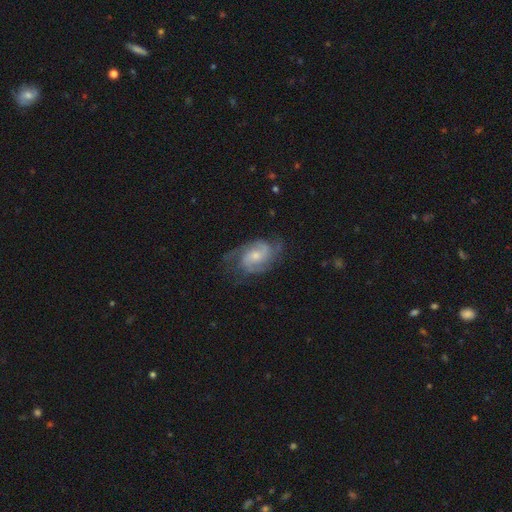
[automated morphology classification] The model was most divided on "bulge size": moderate: 47%, small: 45%, large: 3%, none: 3%, dominant: 1%. Remaining: edge-on disk — no (97%); spiral arms — yes (96%); smooth or featured — featured or disk (84%); merging — none (66%); bar — no (59%); spiral arm count — 2 (58%); spiral winding — medium (49%).